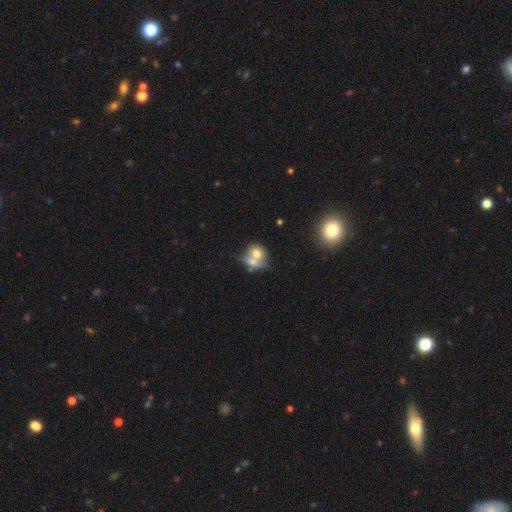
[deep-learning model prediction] A smooth galaxy with no disk features (68%) that is round (60%).

Vote fractions:
- Smooth or featured? smooth: 68% / featured or disk: 22% / star or artifact: 9%
- How rounded? round: 60% / in between: 38% / cigar-shaped: 2%
- Merging? merger: 62% / none: 26% / minor disturbance: 8% / major disturbance: 5%